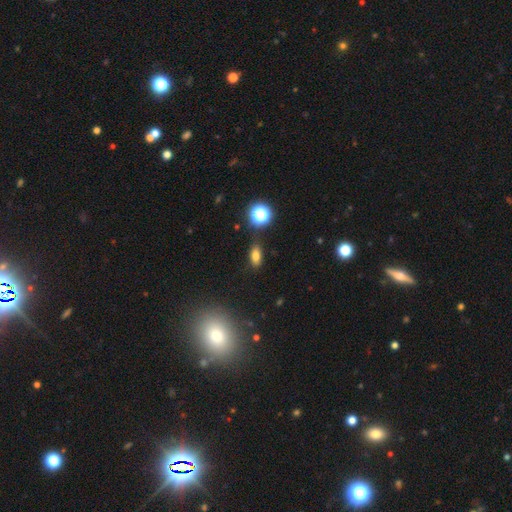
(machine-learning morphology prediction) Smooth or featured: smooth — 75% (star or artifact — 16%)
How rounded: in between — 81% (round — 11%)
Merging: none — 83% (minor disturbance — 11%)